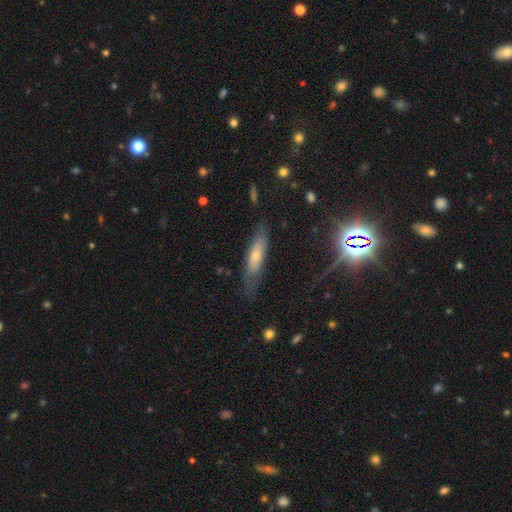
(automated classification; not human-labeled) Overall: smooth (56%; featured or disk 36%). How rounded: cigar-shaped (67%; in between 31%). Merging: none (67%).